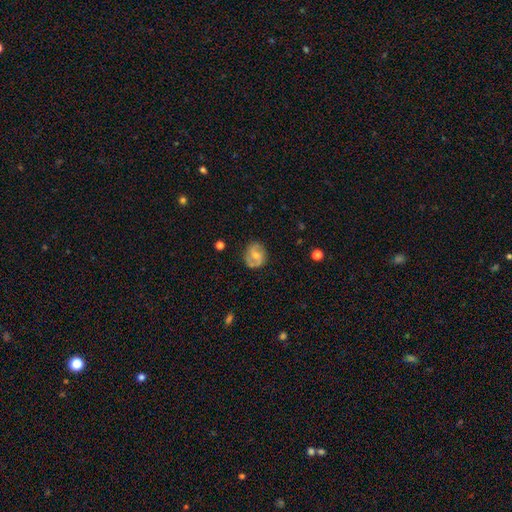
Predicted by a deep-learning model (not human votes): This appears to be a featured or disk galaxy (59%) with no bar (43%, tied with weak), spiral arms (83%) and a moderate central bulge (47%). Merging: none (75%).